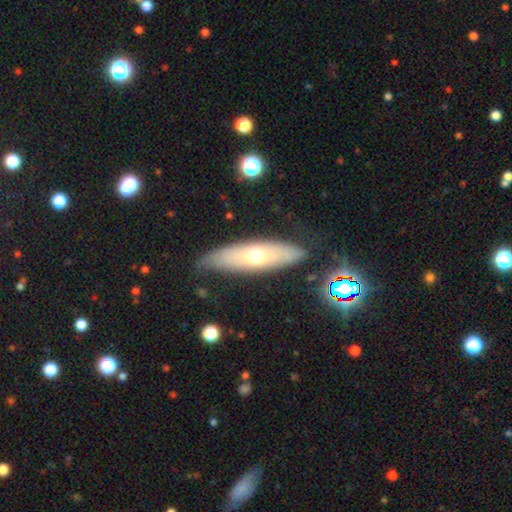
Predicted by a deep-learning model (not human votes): This appears to be a smooth galaxy with no disk features (49%). Merging: none (80%).